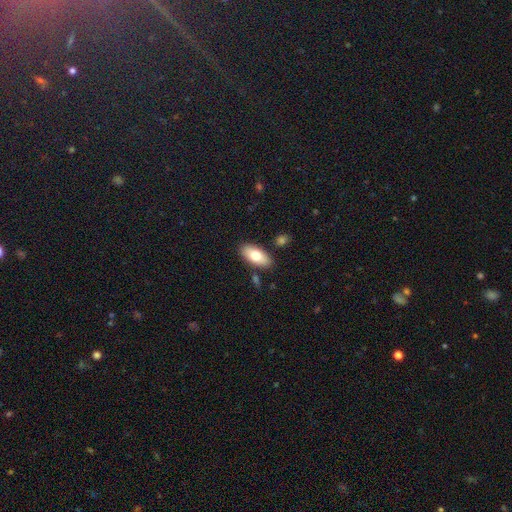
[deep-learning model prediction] Smooth or featured?
  - smooth: 75% *
  - featured or disk: 19%
  - star or artifact: 6%
How rounded?
  - in between: 91% *
  - cigar-shaped: 6%
  - round: 3%
Merging?
  - none: 85% *
  - minor disturbance: 9%
  - merger: 4%
  - major disturbance: 2%